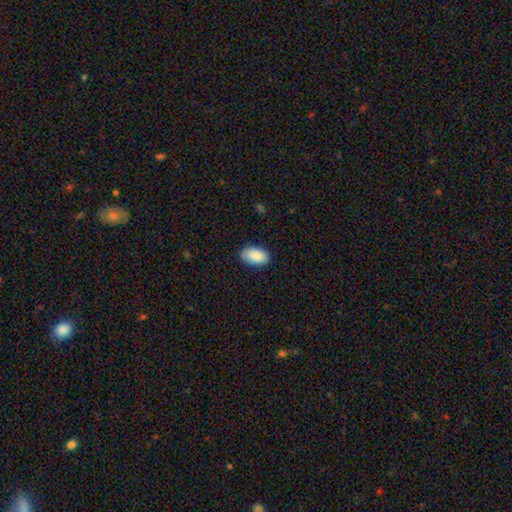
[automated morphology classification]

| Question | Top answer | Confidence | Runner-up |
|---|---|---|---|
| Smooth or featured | smooth | 89% | star or artifact (6%) |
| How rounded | in between | 95% | round (3%) |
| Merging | none | 85% | minor disturbance (12%) |